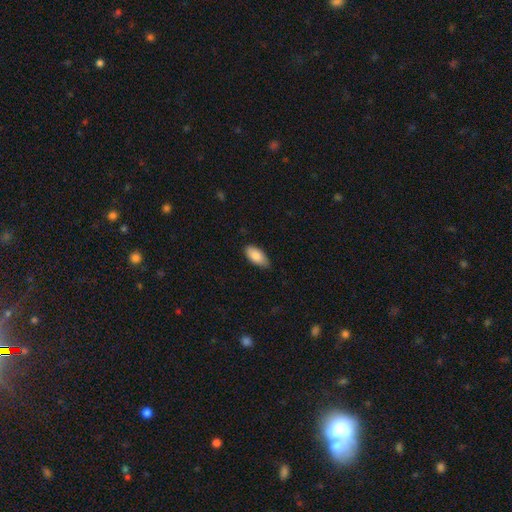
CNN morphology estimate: smooth_or_featured: smooth (p=0.86) [alt: featured or disk p=0.08]
how_rounded: in between (p=0.93) [alt: cigar-shaped p=0.05]
merging: none (p=0.79) [alt: minor disturbance p=0.17]